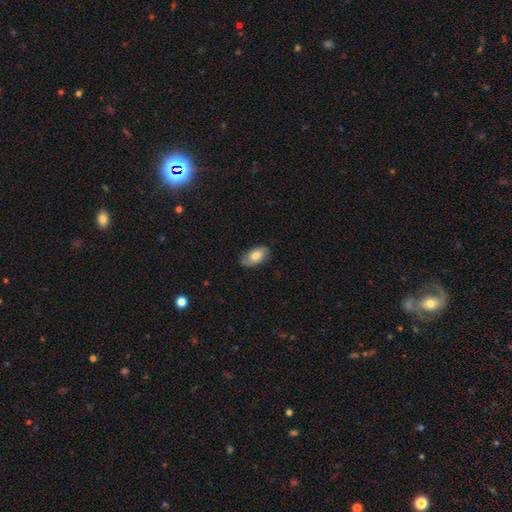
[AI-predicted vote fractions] smooth_or_featured: smooth (p=0.67) [alt: featured or disk p=0.26]
how_rounded: in between (p=0.93) [alt: round p=0.05]
merging: none (p=0.77) [alt: minor disturbance p=0.18]